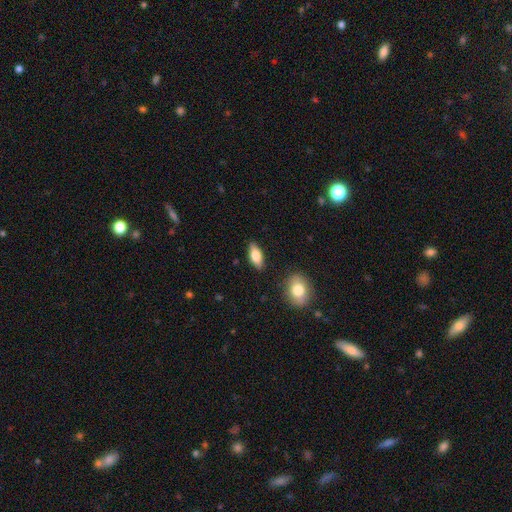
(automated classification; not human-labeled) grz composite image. It shows a smooth galaxy with no disk features (71%) that is in between round and cigar-shaped (80%). Merging: none (86%).